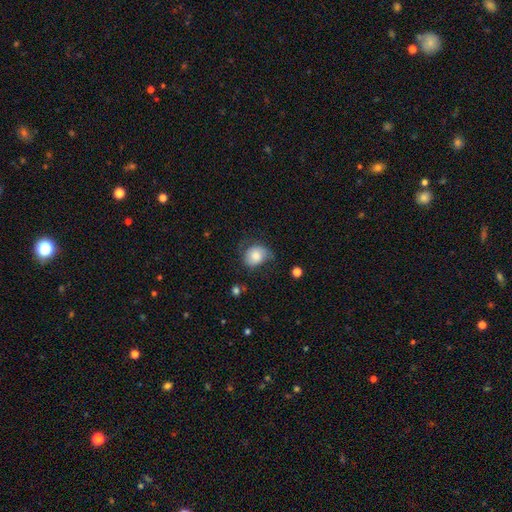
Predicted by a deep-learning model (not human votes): Smooth or featured? Predicted: smooth (p=0.67). How rounded? Predicted: round (p=0.51). Merging? Predicted: none (p=0.48).